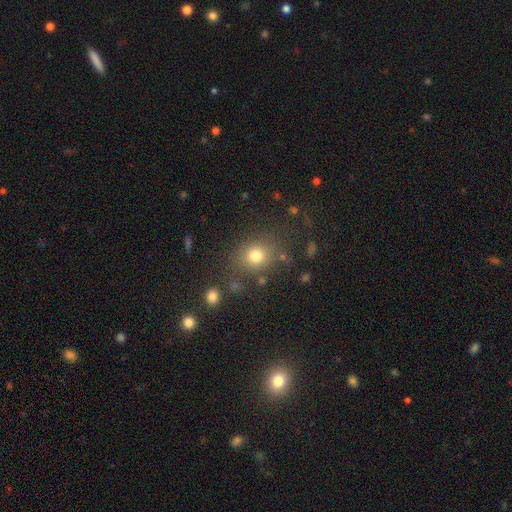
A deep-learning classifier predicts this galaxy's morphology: The model was most divided on "how rounded": round: 73%, in between: 26%, cigar-shaped: 1%. More confident: smooth or featured — smooth (76%); merging — none (76%).